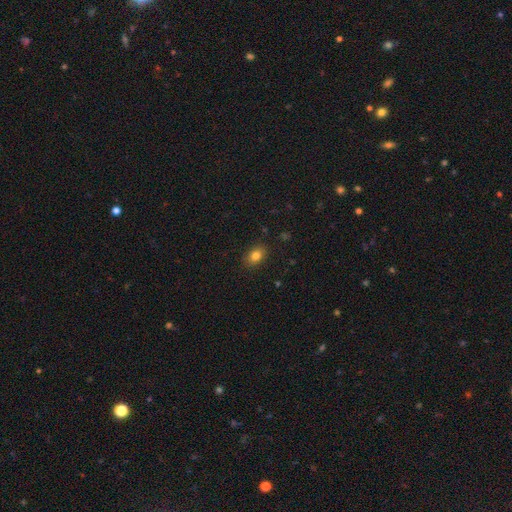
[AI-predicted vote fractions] Morphology: type=smooth (82%); roundness=in between (76%); merging=none (86%).